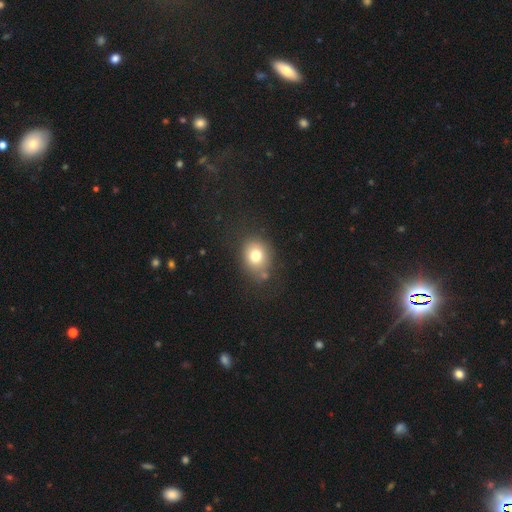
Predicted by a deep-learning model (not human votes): Smooth or featured?
  - smooth: 76% *
  - featured or disk: 12%
  - star or artifact: 12%
How rounded?
  - round: 60% *
  - in between: 39%
  - cigar-shaped: 1%
Merging?
  - none: 72% *
  - minor disturbance: 16%
  - merger: 6%
  - major disturbance: 6%